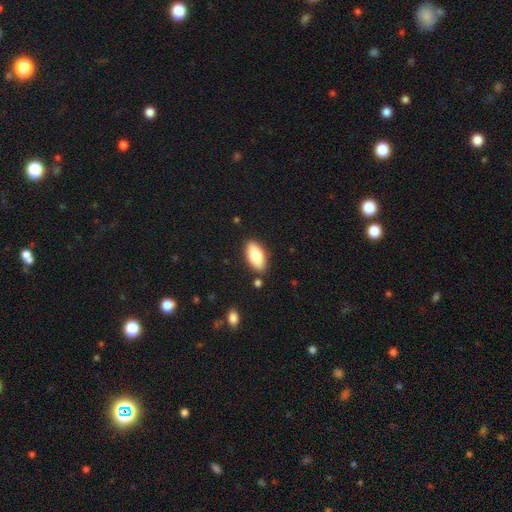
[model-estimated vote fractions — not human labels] Smooth or featured? Predicted: smooth (p=0.79). How rounded? Predicted: in between (p=0.92). Merging? Predicted: none (p=0.85).